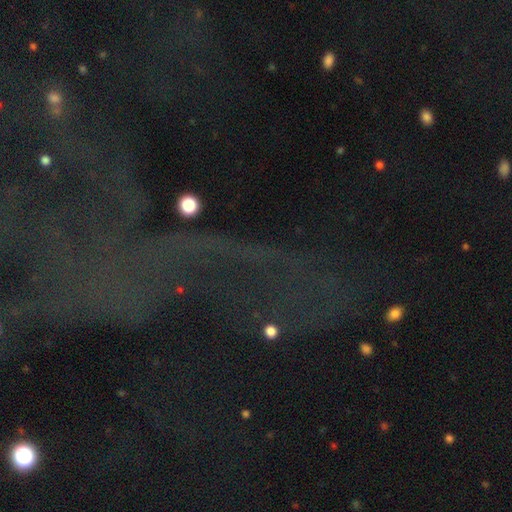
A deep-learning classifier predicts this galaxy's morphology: smooth-or-featured: star or artifact: 64% | featured or disk: 22% | smooth: 14%